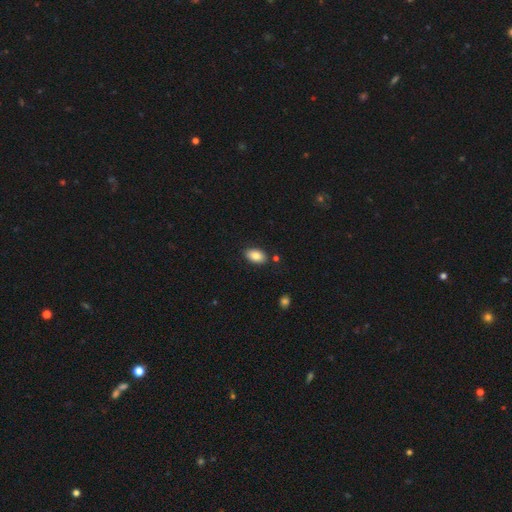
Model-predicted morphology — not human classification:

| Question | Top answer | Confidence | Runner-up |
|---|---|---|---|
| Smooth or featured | smooth | 85% | star or artifact (7%) |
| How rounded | in between | 93% | round (6%) |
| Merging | none | 85% | minor disturbance (10%) |